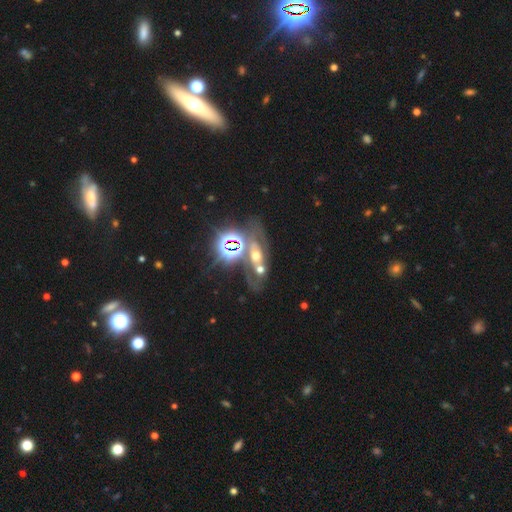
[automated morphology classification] star or artifact 39%, featured or disk 33%, smooth 28%.